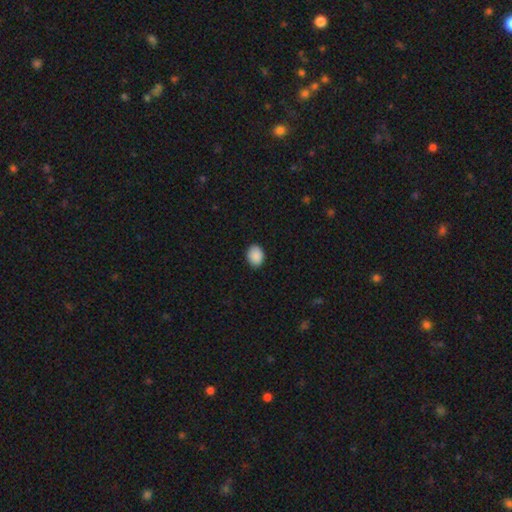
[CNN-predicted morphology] smooth 90%, star or artifact 8%, featured or disk 3%. Down the decision tree: how rounded — in between (60%); merging — none (89%).